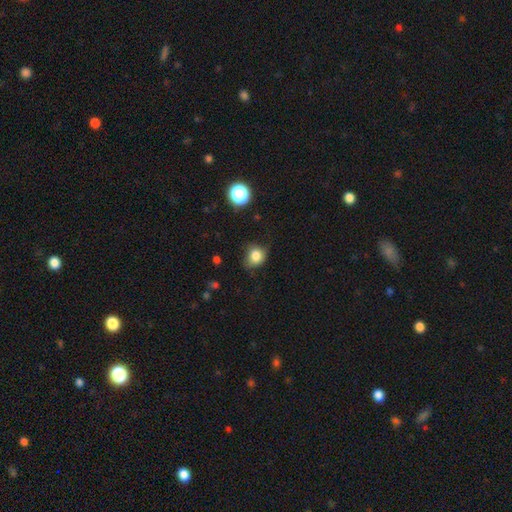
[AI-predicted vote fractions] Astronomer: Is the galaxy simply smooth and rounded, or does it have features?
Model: smooth — 81%.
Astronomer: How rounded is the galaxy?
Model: round — 70%.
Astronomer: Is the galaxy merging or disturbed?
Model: none — 57%.